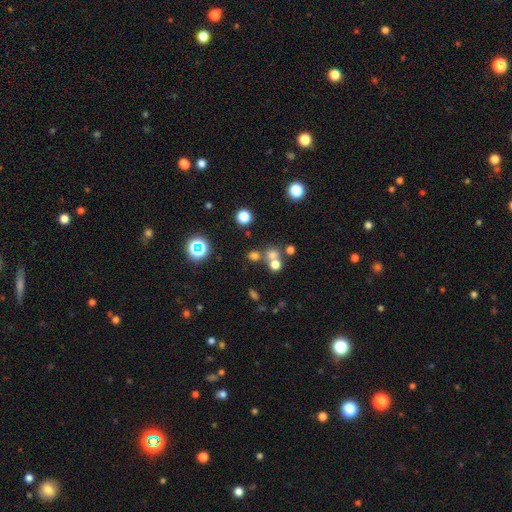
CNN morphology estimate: A smooth galaxy with no disk features (48%).

Vote fractions:
- Smooth or featured? smooth: 48% / star or artifact: 38% / featured or disk: 13%
- Merging? none: 57% / merger: 32% / minor disturbance: 7% / major disturbance: 4%